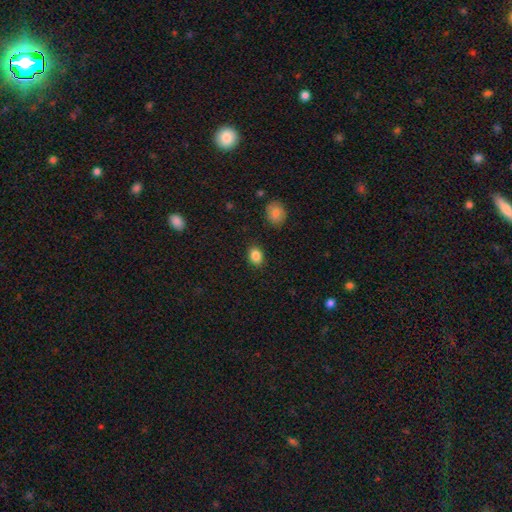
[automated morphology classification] This is clearly a smooth galaxy (86%). How rounded: likely in between (67%). Merging: clearly none (87%).